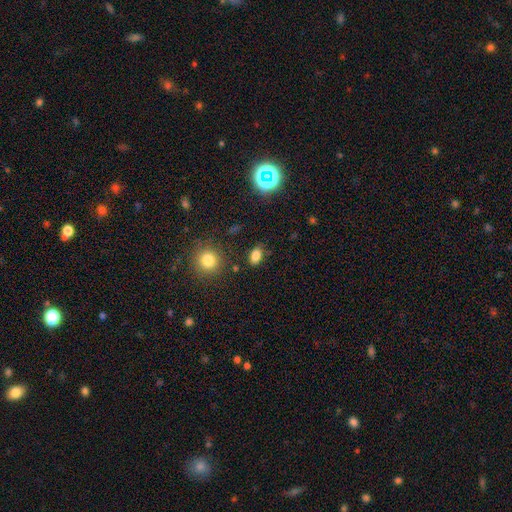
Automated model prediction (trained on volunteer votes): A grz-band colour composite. It shows a smooth galaxy with no disk features (80%) that is in between round and cigar-shaped (84%). Merging: none (82%).